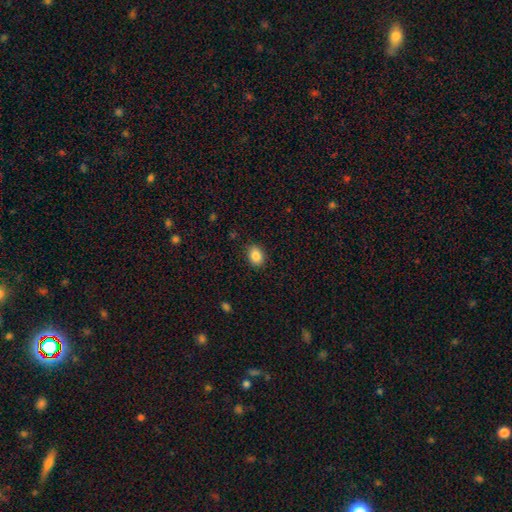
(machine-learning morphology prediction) This is clearly a smooth galaxy (86%). How rounded: likely in between (71%). Merging: clearly none (87%).